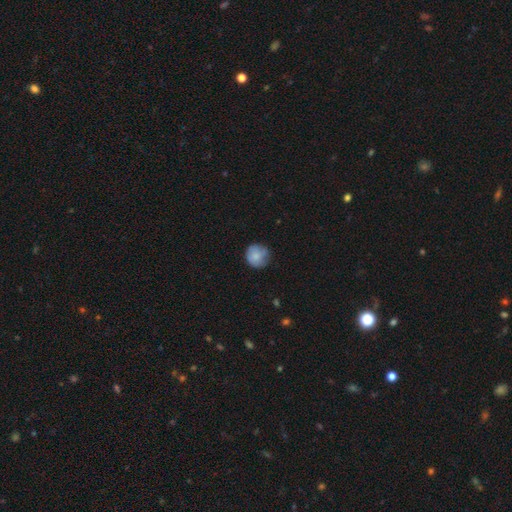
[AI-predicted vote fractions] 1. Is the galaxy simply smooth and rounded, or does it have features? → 79% smooth, 14% featured or disk, 7% star or artifact.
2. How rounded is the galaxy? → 91% round, 8% in between, 1% cigar-shaped.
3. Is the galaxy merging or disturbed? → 73% none, 22% minor disturbance, 5% major disturbance, 1% merger.